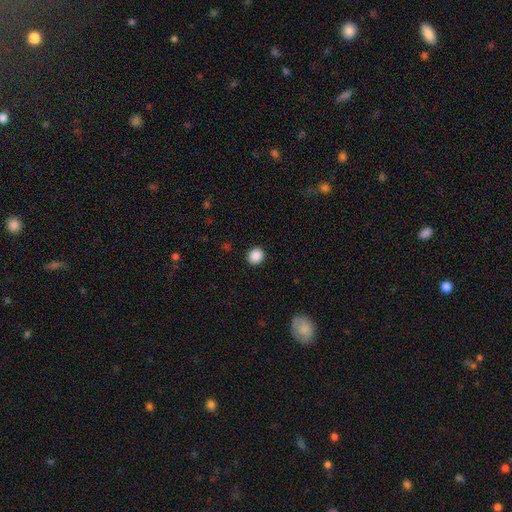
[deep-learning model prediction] Morphology: type=smooth (88%); roundness=round (82%); merging=none (91%).